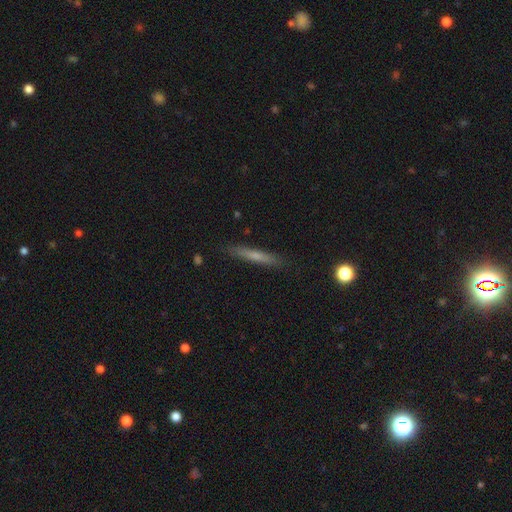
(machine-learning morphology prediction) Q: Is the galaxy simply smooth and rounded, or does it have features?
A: smooth — 62%.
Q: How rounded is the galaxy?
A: cigar-shaped — 94%.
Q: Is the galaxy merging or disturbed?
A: none — 88%.